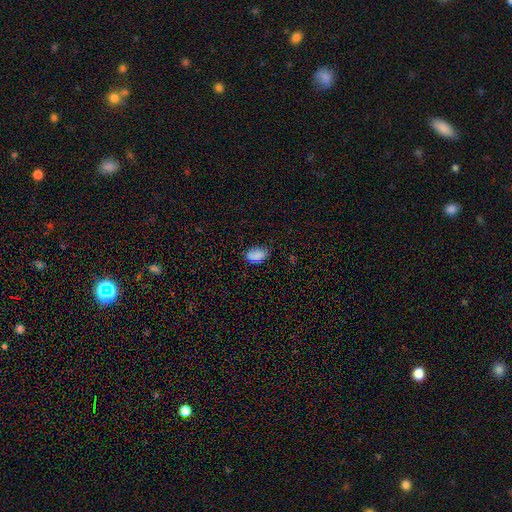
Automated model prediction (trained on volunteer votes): smooth 83%, star or artifact 11%, featured or disk 6%. Down the decision tree: how rounded — in between (89%); merging — none (74%).